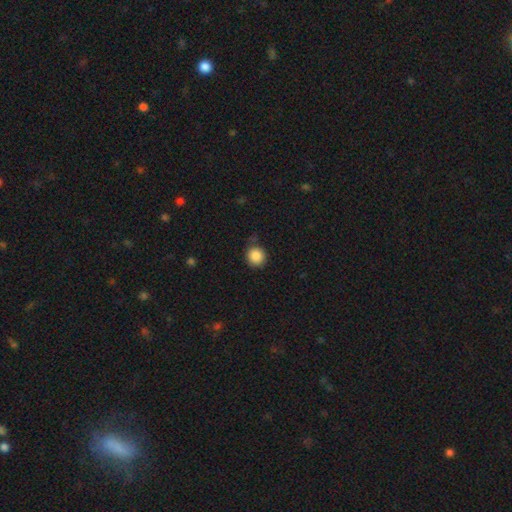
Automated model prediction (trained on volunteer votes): Smooth or featured?
  - smooth: 87% *
  - star or artifact: 9%
  - featured or disk: 4%
How rounded?
  - round: 92% *
  - in between: 7%
  - cigar-shaped: 1%
Merging?
  - none: 81% *
  - minor disturbance: 14%
  - major disturbance: 3%
  - merger: 3%